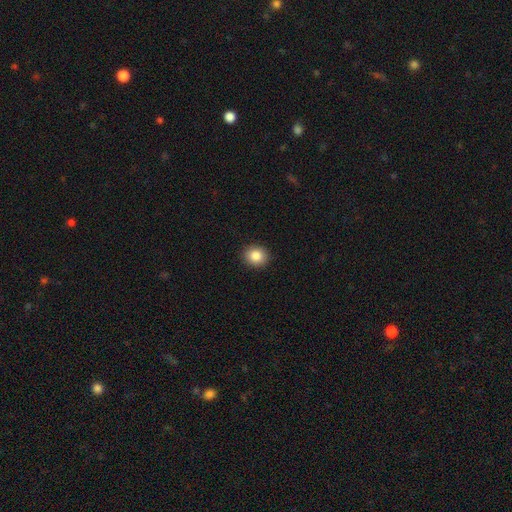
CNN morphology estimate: Q: Smooth or featured?
A: smooth (86%); runner-up: star or artifact (9%)
Q: How rounded?
A: round (71%); runner-up: in between (28%)
Q: Merging?
A: none (92%); runner-up: minor disturbance (6%)